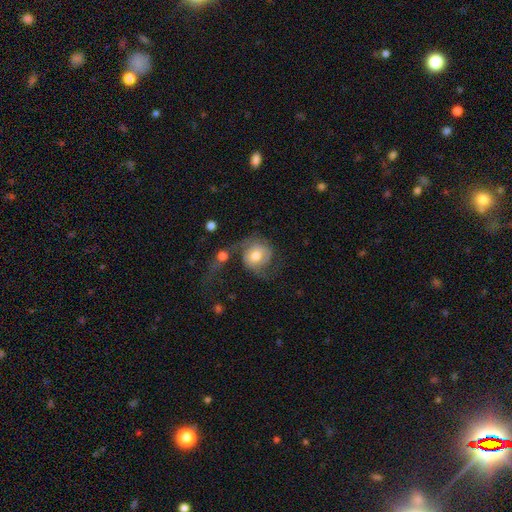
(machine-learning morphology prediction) This is possibly a featured or disk galaxy (57%). It is clearly not viewed edge-on (97%). Bar: likely no (67%). Spiral arm pattern: clearly yes (81%). Central bulge: likely moderate (71%). Merging: marginally none (32%, tied with major disturbance).